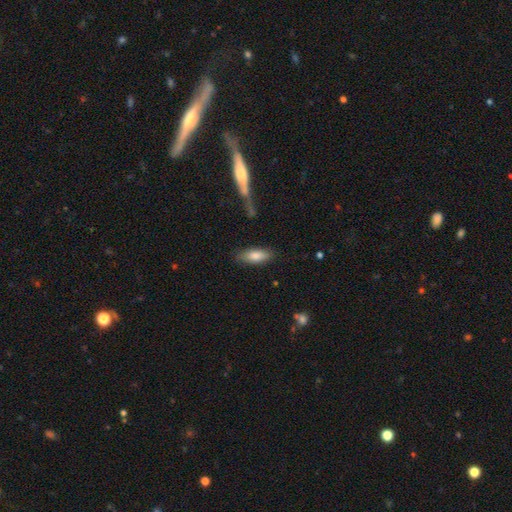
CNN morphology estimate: type=smooth (82%); roundness=in between (73%); merging=none (80%).